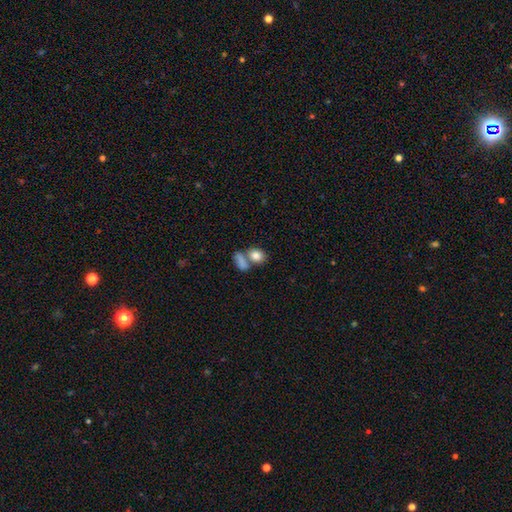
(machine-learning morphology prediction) This appears to be a smooth galaxy with no disk features (82%) that is in between round and cigar-shaped (63%). Merging: merger (44%).